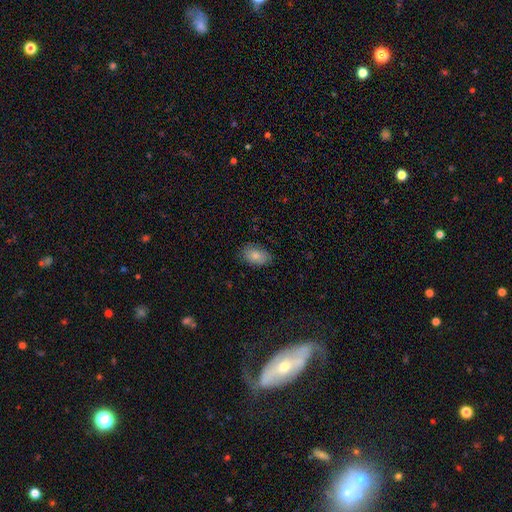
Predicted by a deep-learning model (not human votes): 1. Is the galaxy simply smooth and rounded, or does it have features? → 83% smooth, 10% featured or disk, 7% star or artifact.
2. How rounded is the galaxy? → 89% in between, 10% round, 1% cigar-shaped.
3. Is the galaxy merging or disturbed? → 80% none, 16% minor disturbance, 3% major disturbance, 1% merger.